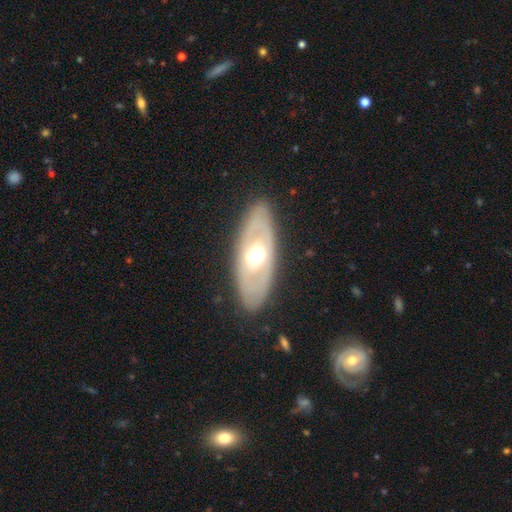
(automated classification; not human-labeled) Smooth or featured?
  - featured or disk: 58% *
  - smooth: 36%
  - star or artifact: 5%
Edge-on disk?
  - no: 78% *
  - yes: 22%
Merging?
  - none: 85% *
  - minor disturbance: 10%
  - major disturbance: 4%
  - merger: 1%